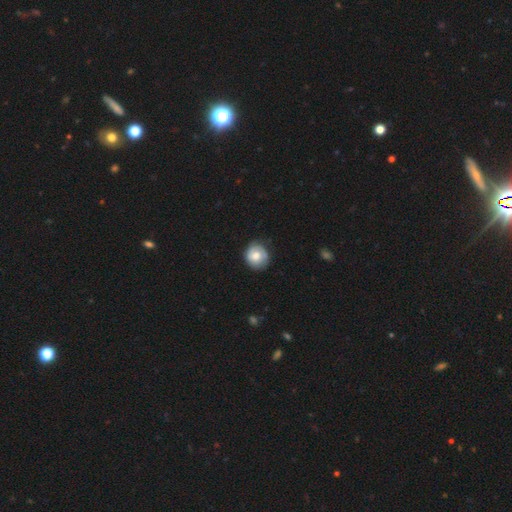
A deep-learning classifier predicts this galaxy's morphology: A smooth galaxy with no disk features (63%) that is round (81%).

Vote fractions:
- Smooth or featured? smooth: 63% / featured or disk: 30% / star or artifact: 7%
- How rounded? round: 81% / in between: 18% / cigar-shaped: 1%
- Merging? none: 75% / minor disturbance: 20% / major disturbance: 5% / merger: 1%